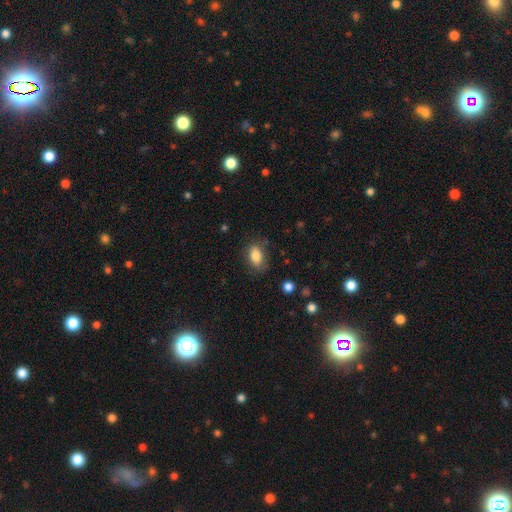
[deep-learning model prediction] Q: Smooth or featured?
A: smooth (84%); runner-up: star or artifact (8%)
Q: How rounded?
A: in between (87%); runner-up: round (10%)
Q: Merging?
A: none (79%); runner-up: minor disturbance (16%)